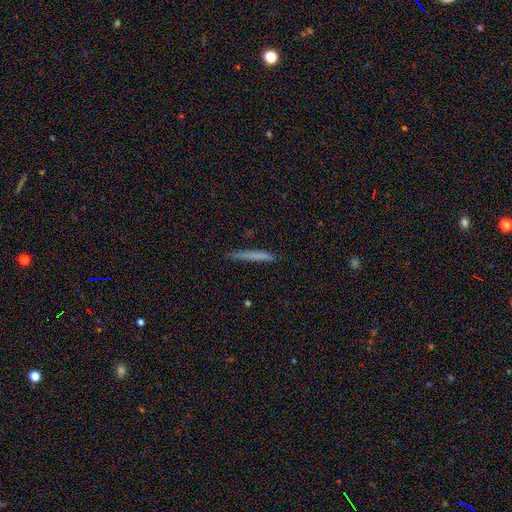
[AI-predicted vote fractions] Q: Smooth or featured?
A: smooth (69%); runner-up: featured or disk (24%)
Q: How rounded?
A: cigar-shaped (96%); runner-up: in between (2%)
Q: Merging?
A: none (86%); runner-up: minor disturbance (11%)